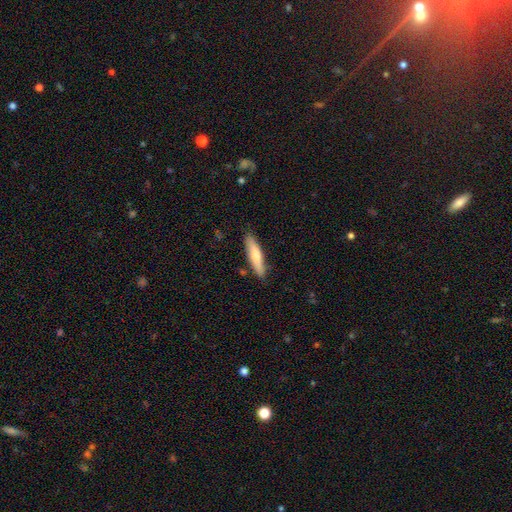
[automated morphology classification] A smooth galaxy with no disk features (70%) that is cigar-shaped (80%).

Vote fractions:
- Smooth or featured? smooth: 70% / featured or disk: 24% / star or artifact: 5%
- How rounded? cigar-shaped: 80% / in between: 19% / round: 1%
- Merging? none: 85% / minor disturbance: 11% / merger: 2% / major disturbance: 2%